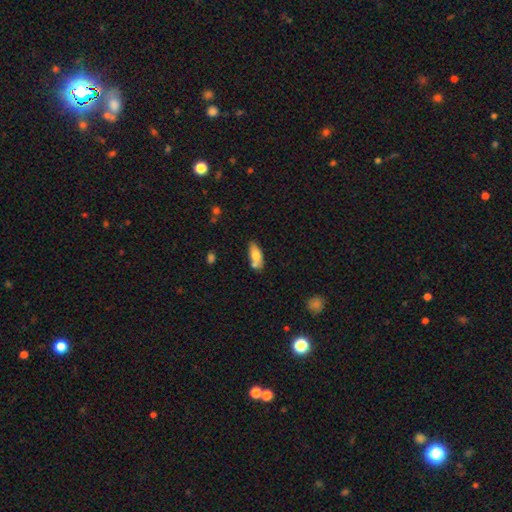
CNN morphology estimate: The model was most divided on "merging": none: 55%, merger: 24%, minor disturbance: 17%, major disturbance: 4%. More confident: how rounded — in between (79%); smooth or featured — smooth (73%).